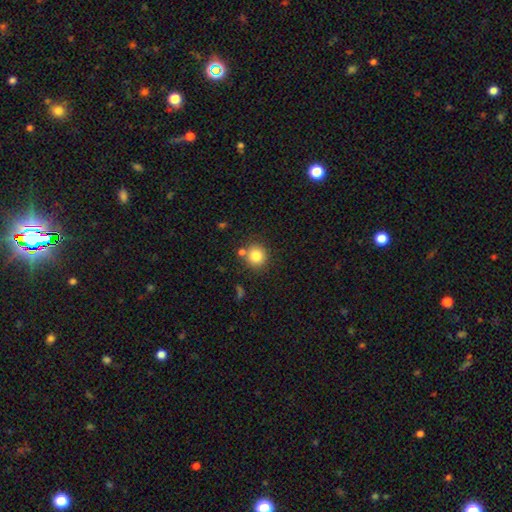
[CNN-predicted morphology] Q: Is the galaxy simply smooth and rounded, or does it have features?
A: smooth — 82%.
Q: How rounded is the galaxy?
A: round — 89%.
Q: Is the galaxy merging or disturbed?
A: none — 77%.